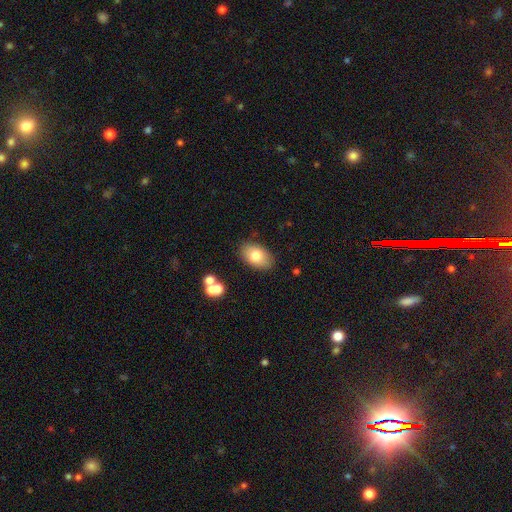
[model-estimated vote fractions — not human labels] Smooth or featured? smooth (76%)
How rounded? in between (90%)
Merging? none (84%)